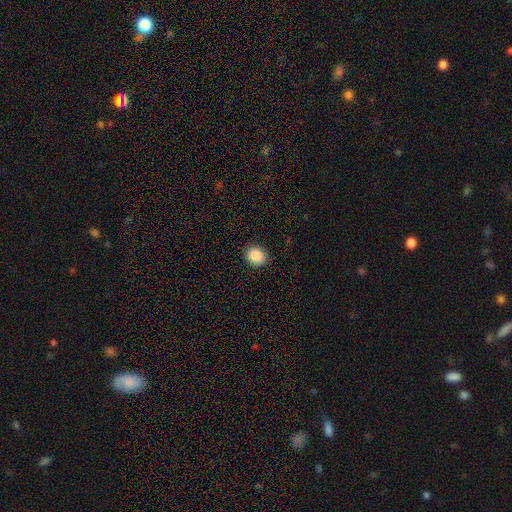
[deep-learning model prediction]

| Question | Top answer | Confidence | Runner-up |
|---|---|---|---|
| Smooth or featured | smooth | 89% | star or artifact (8%) |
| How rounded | round | 75% | in between (24%) |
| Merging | none | 91% | minor disturbance (6%) |